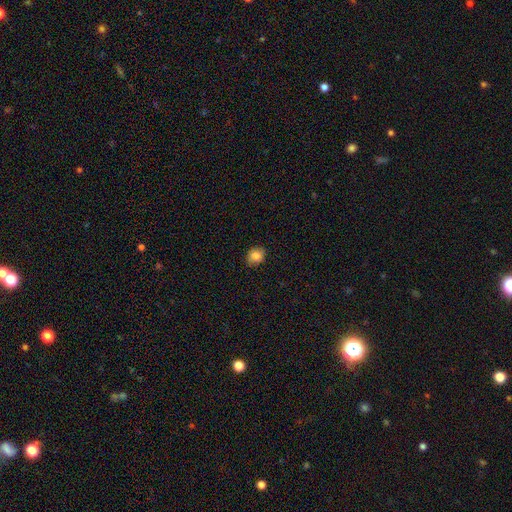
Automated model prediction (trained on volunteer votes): A smooth galaxy with no disk features (83%) that is round (65%). Merging: none (85%).